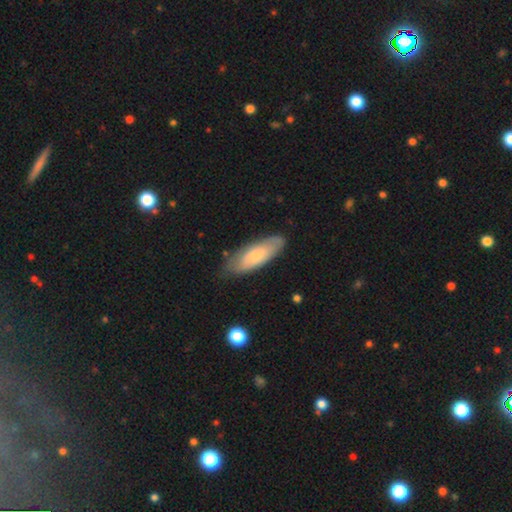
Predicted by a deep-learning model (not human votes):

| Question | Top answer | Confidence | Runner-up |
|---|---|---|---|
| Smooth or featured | smooth | 64% | featured or disk (31%) |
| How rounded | in between | 67% | cigar-shaped (31%) |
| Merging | none | 70% | minor disturbance (23%) |